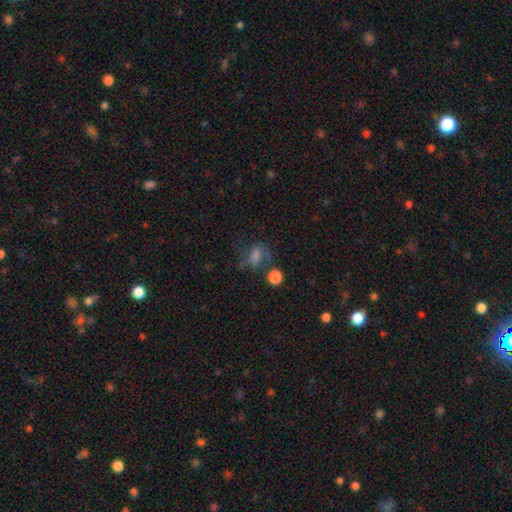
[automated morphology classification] Smooth or featured?
  - smooth: 59% *
  - featured or disk: 24%
  - star or artifact: 16%
How rounded?
  - in between: 65% *
  - round: 32%
  - cigar-shaped: 3%
Merging?
  - none: 44% *
  - major disturbance: 23%
  - minor disturbance: 22%
  - merger: 11%